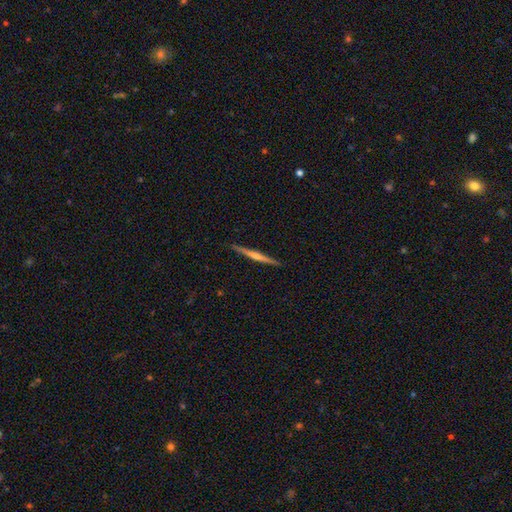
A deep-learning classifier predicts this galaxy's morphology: type=featured or disk (75%); edge-on=yes (98%); edge-on bulge=rounded (68%); merging=none (92%).